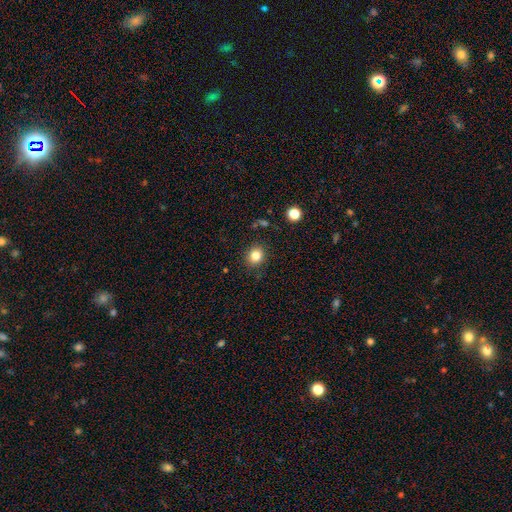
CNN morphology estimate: The model was most divided on "how rounded": round: 77%, in between: 22%, cigar-shaped: 1%. More confident: merging — none (88%); smooth or featured — smooth (83%).